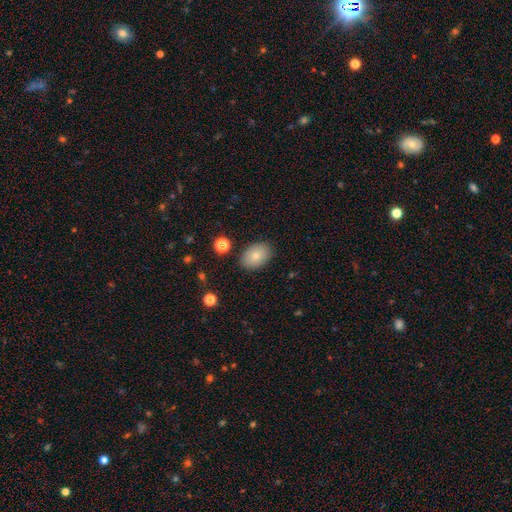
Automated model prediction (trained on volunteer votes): smooth-or-featured: smooth: 78% | featured or disk: 14% | star or artifact: 8%
  how-rounded: in between: 86% | round: 13% | cigar-shaped: 1%
  merging: none: 86% | minor disturbance: 10% | major disturbance: 2% | merger: 1%